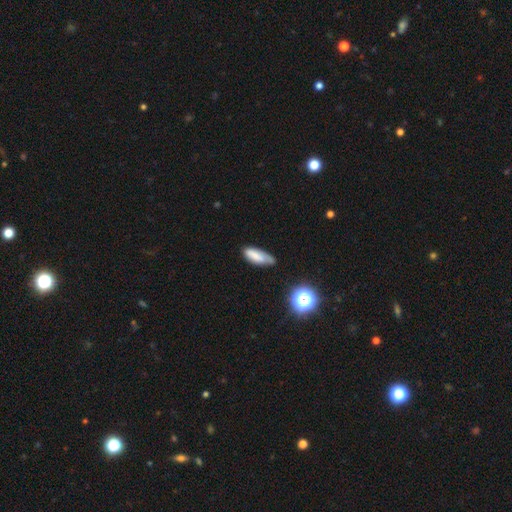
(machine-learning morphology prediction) Smooth or featured? Predicted: smooth (p=0.73). How rounded? Predicted: in between (p=0.63). Merging? Predicted: none (p=0.47).